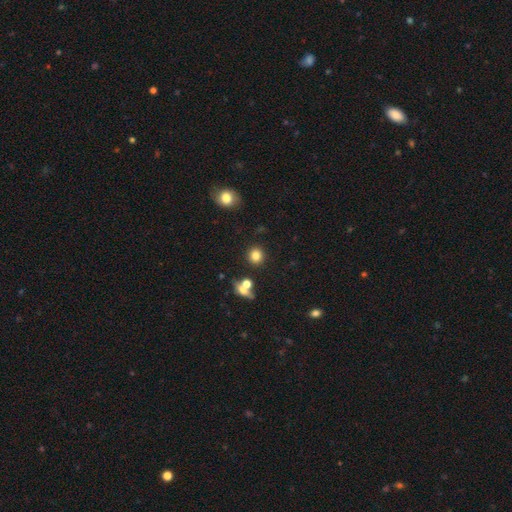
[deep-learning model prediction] A smooth galaxy with no disk features (78%) that is round (87%).

Vote fractions:
- Smooth or featured? smooth: 78% / star or artifact: 14% / featured or disk: 8%
- How rounded? round: 87% / in between: 12% / cigar-shaped: 1%
- Merging? none: 83% / minor disturbance: 7% / merger: 7% / major disturbance: 3%